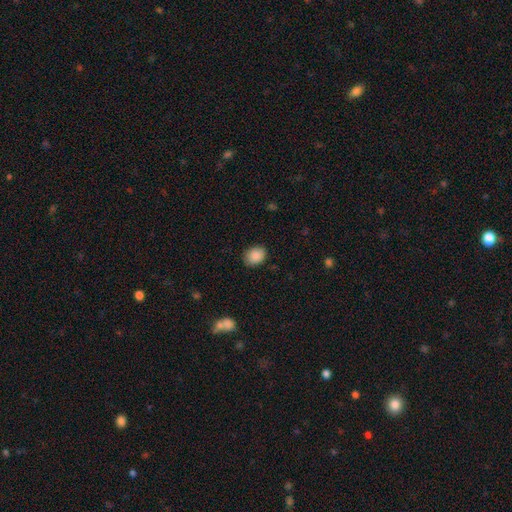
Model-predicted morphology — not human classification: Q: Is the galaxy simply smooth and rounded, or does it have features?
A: smooth — 88%.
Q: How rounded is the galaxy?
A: in between — 60%.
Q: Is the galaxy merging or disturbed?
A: none — 85%.